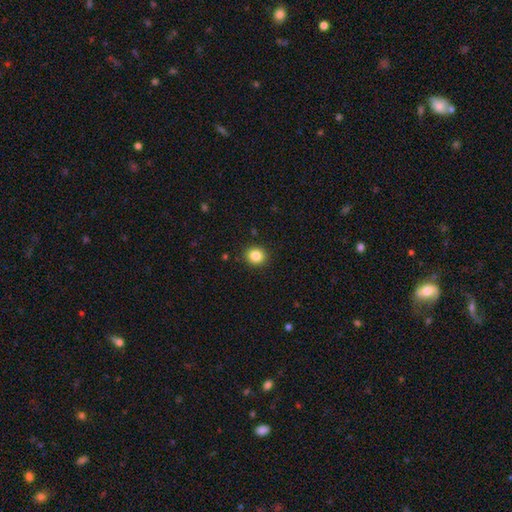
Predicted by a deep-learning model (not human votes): A smooth galaxy with no disk features (85%) that is round (87%).

Vote fractions:
- Smooth or featured? smooth: 85% / star or artifact: 11% / featured or disk: 5%
- How rounded? round: 87% / in between: 13% / cigar-shaped: 1%
- Merging? none: 91% / minor disturbance: 6% / major disturbance: 2% / merger: 1%